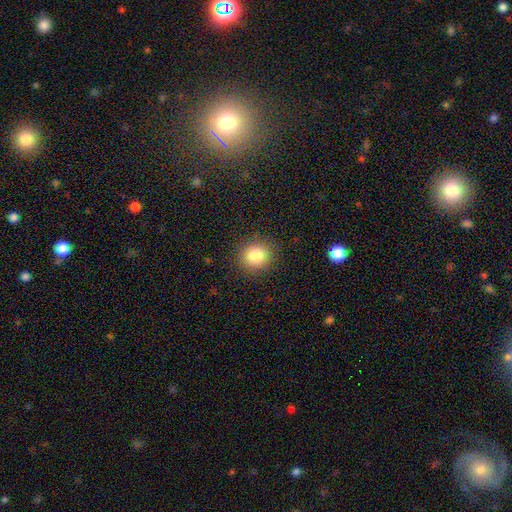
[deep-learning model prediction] This is clearly a smooth galaxy (84%). How rounded: clearly round (82%). Merging: clearly none (89%).